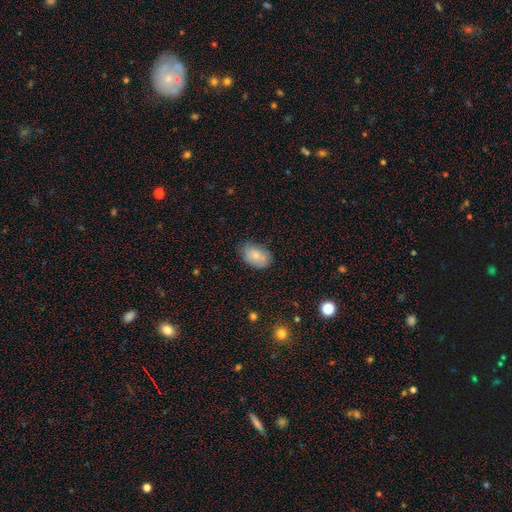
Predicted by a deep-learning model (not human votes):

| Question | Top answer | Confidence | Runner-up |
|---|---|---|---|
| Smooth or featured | smooth | 78% | featured or disk (15%) |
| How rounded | in between | 86% | round (12%) |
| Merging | none | 68% | minor disturbance (26%) |